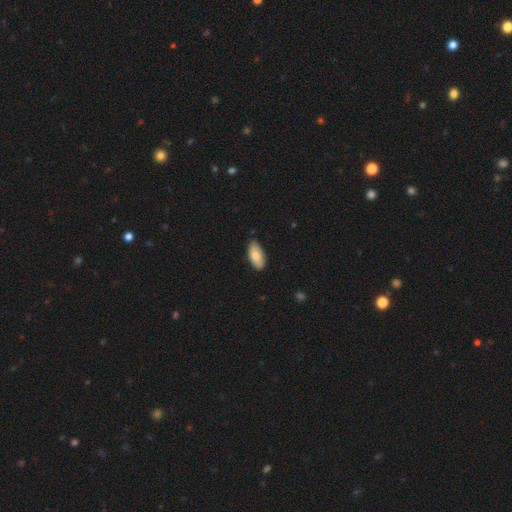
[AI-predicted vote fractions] This is clearly a smooth galaxy (83%). How rounded: clearly in between (92%). Merging: clearly none (81%).